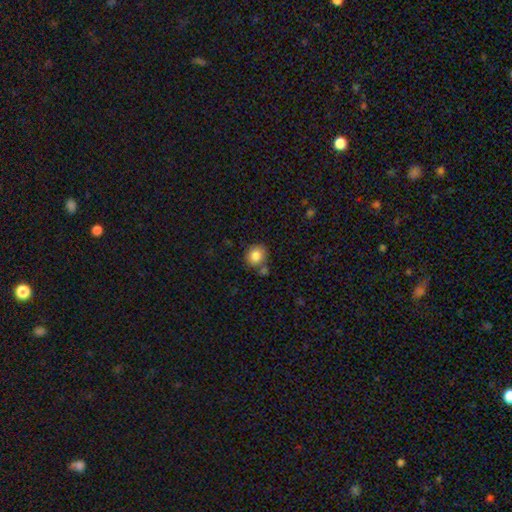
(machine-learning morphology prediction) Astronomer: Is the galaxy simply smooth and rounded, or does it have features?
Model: smooth — 83%.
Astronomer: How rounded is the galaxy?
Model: round — 84%.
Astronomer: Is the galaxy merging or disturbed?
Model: none — 69%.